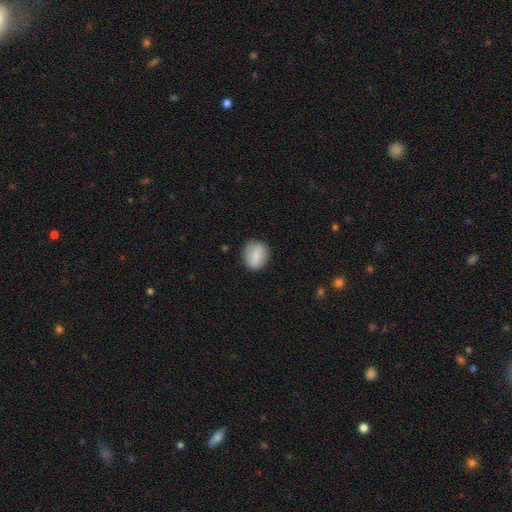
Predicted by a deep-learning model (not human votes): smooth 76%, featured or disk 17%, star or artifact 7%. Down the decision tree: how rounded — round (55%); merging — none (84%).